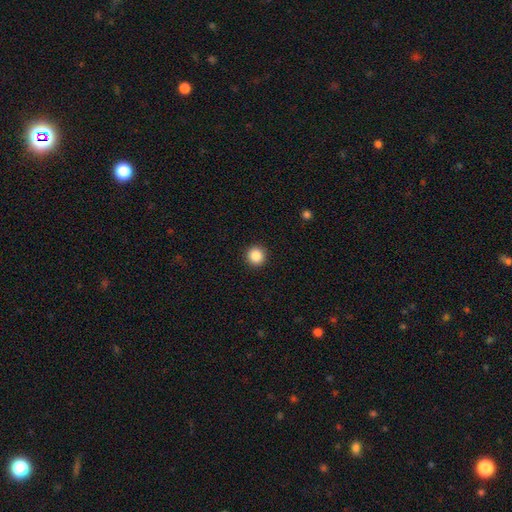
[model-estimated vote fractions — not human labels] Smooth or featured? smooth (88%)
How rounded? round (95%)
Merging? none (93%)